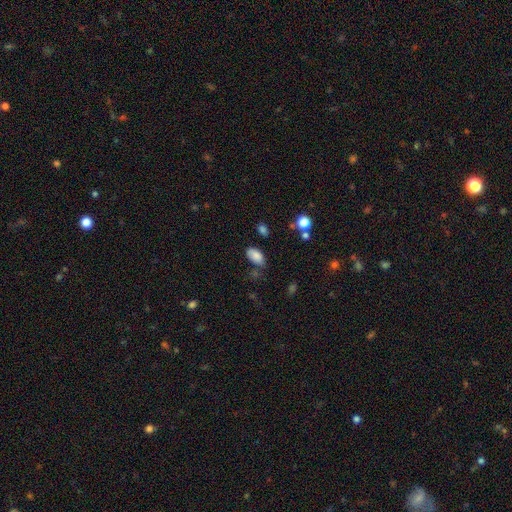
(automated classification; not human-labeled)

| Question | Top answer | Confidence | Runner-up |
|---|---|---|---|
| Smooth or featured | smooth | 85% | star or artifact (9%) |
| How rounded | in between | 94% | round (4%) |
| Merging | none | 67% | minor disturbance (22%) |